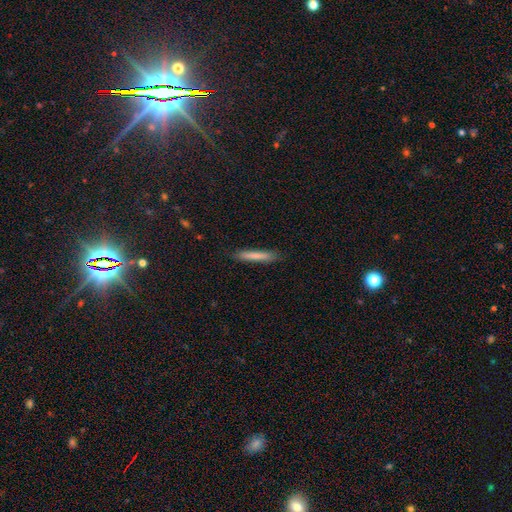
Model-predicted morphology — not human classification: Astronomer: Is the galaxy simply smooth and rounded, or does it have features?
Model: smooth — 77%.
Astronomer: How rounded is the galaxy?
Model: cigar-shaped — 95%.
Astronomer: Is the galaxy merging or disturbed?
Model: none — 87%.